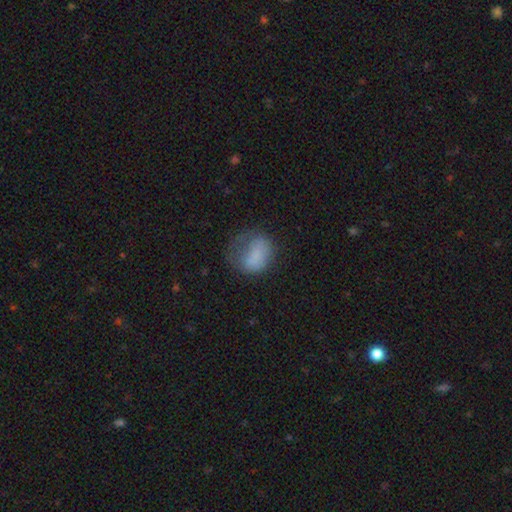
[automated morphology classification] smooth_or_featured: smooth (p=0.71) [alt: featured or disk p=0.19]
how_rounded: round (p=0.50) [alt: in between p=0.48]
merging: major disturbance (p=0.39) [alt: none p=0.31]